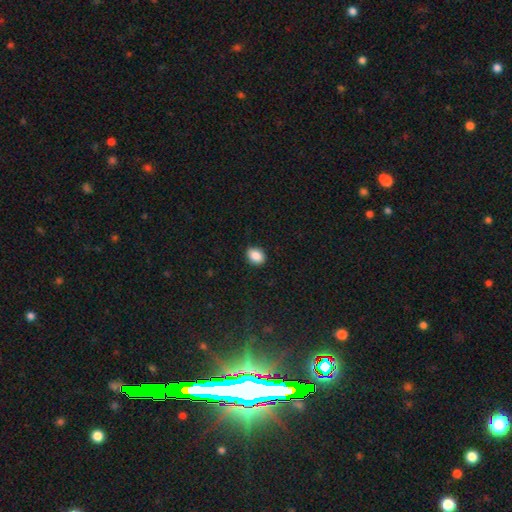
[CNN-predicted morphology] Smooth or featured? smooth (88%)
How rounded? in between (68%)
Merging? none (86%)